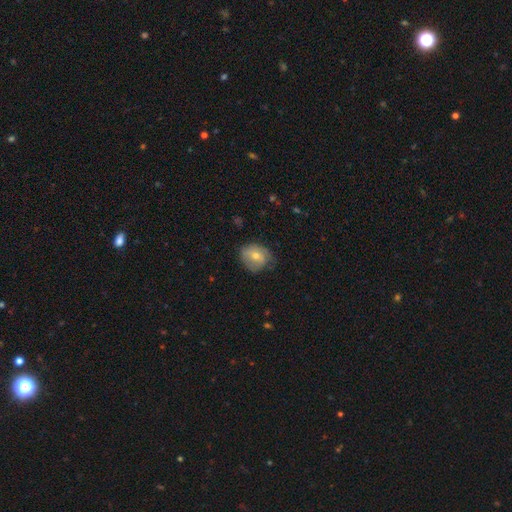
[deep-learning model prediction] Overall: smooth (63%; featured or disk 29%). How rounded: round (64%; in between 35%). Merging: none (59%; minor disturbance 31%).